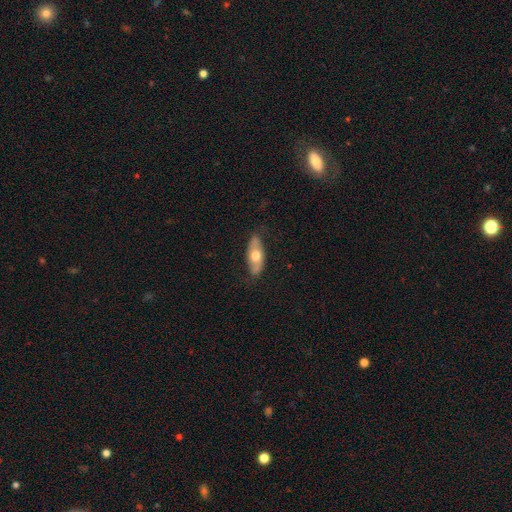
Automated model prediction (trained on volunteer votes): smooth_or_featured: smooth (p=0.52) [alt: featured or disk p=0.42]
how_rounded: in between (p=0.82) [alt: cigar-shaped p=0.14]
merging: none (p=0.78) [alt: minor disturbance p=0.17]